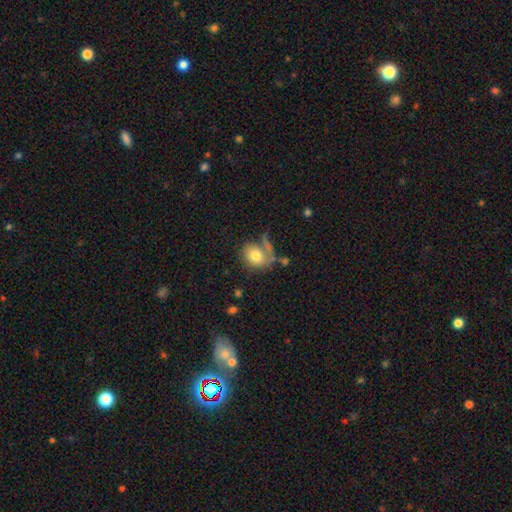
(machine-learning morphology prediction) Overall: smooth (75%). How rounded: round (58%; in between 40%). Merging: none (51%; minor disturbance 19%).